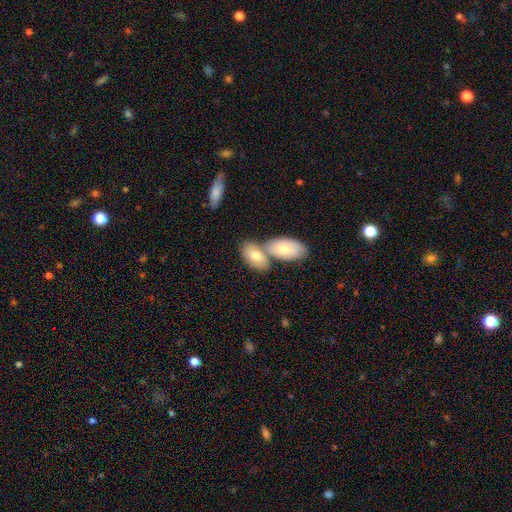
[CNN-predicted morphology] type=smooth (72%); roundness=in between (92%); merging=merger (52%).